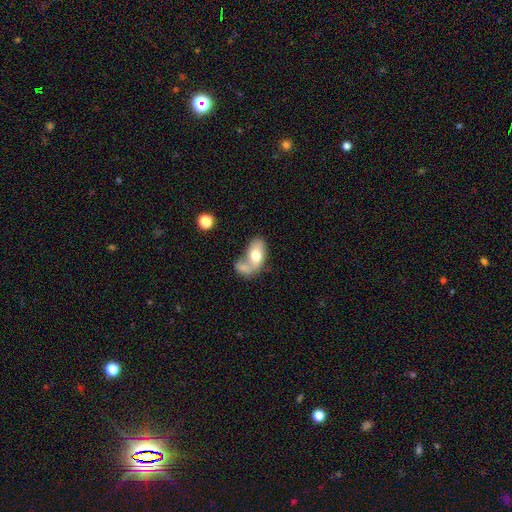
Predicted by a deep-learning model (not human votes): A smooth galaxy with no disk features (68%) that is in between round and cigar-shaped (88%).

Vote fractions:
- Smooth or featured? smooth: 68% / featured or disk: 25% / star or artifact: 7%
- How rounded? in between: 88% / round: 9% / cigar-shaped: 3%
- Merging? merger: 56% / none: 17% / major disturbance: 15% / minor disturbance: 12%